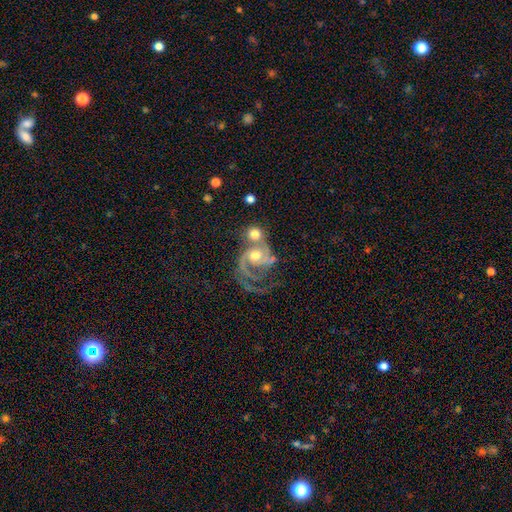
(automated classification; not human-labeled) This appears to be a featured or disk galaxy (81%) with no bar (64%), 2 (57%) medium (47%) spiral arms (93%) and a moderate central bulge (69%). Merging: merger (47%).